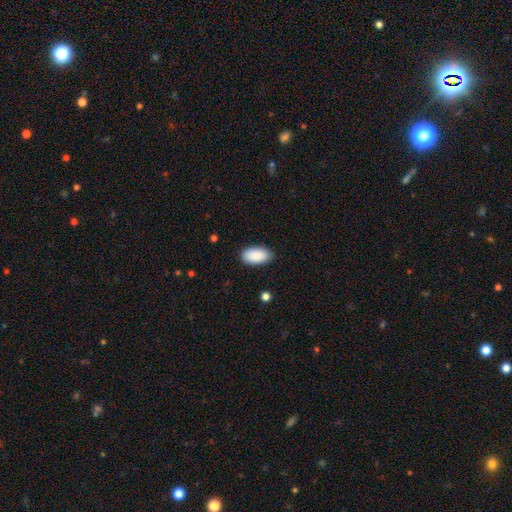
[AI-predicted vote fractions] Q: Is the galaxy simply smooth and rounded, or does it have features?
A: smooth — 91%.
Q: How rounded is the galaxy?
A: in between — 95%.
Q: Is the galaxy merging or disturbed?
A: none — 87%.